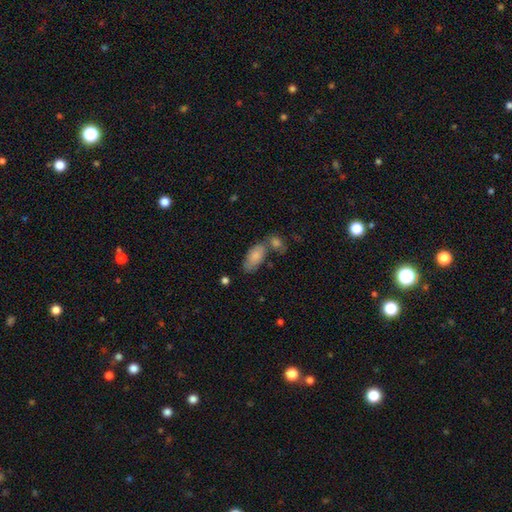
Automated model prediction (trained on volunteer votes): Q: Smooth or featured?
A: smooth (82%); runner-up: featured or disk (11%)
Q: How rounded?
A: in between (92%); runner-up: cigar-shaped (6%)
Q: Merging?
A: none (50%); runner-up: merger (26%)